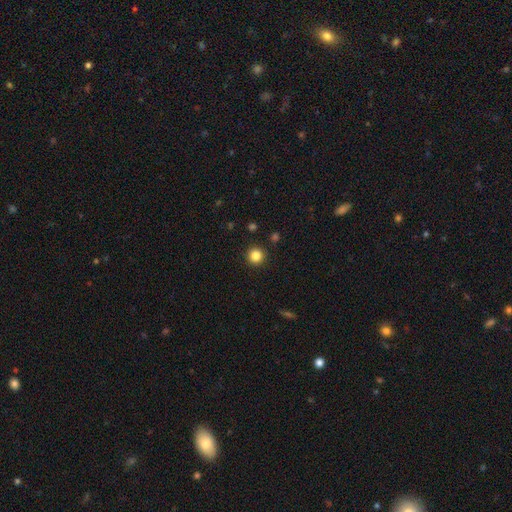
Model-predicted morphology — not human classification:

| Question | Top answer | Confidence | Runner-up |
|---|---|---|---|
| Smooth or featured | smooth | 84% | star or artifact (12%) |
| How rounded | round | 96% | in between (3%) |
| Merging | none | 92% | minor disturbance (5%) |